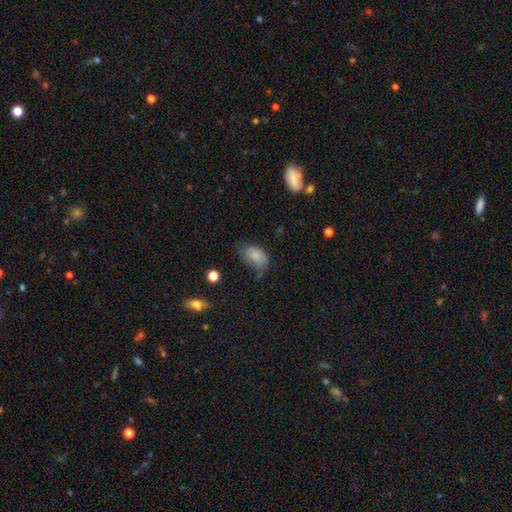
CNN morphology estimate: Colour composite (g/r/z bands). It shows a smooth galaxy with no disk features (83%) that is in between round and cigar-shaped (90%). Merging: none (50%).